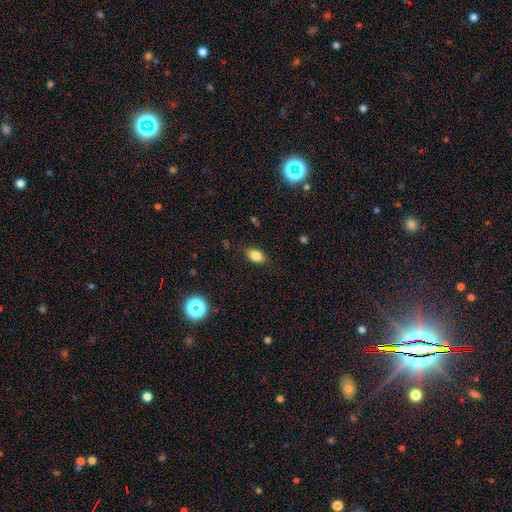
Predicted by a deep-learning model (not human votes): This is clearly a smooth galaxy (83%). How rounded: clearly in between (90%). Merging: clearly none (85%).